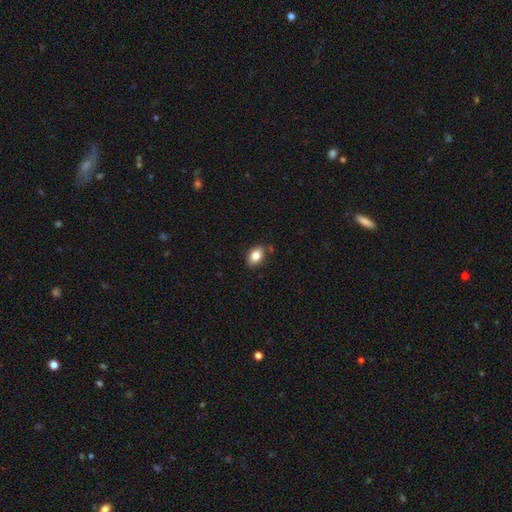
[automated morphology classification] Overall: smooth (82%). How rounded: in between (85%). Merging: none (81%).